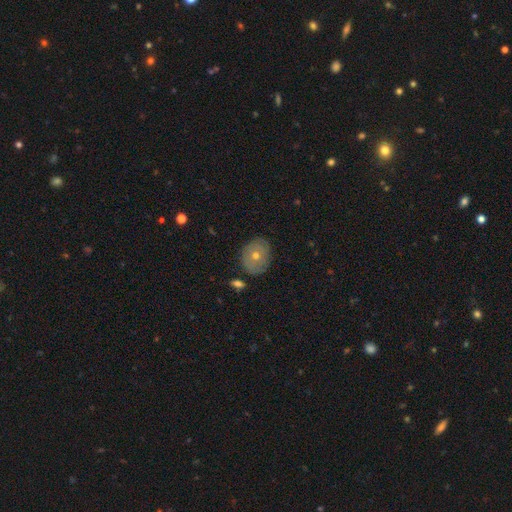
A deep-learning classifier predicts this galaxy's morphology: Smooth or featured?
  - smooth: 54% *
  - featured or disk: 36%
  - star or artifact: 10%
How rounded?
  - round: 54% *
  - in between: 45%
  - cigar-shaped: 1%
Merging?
  - none: 82% *
  - minor disturbance: 13%
  - major disturbance: 3%
  - merger: 2%